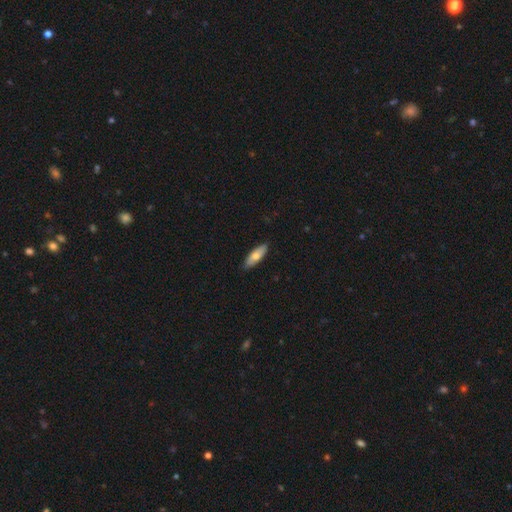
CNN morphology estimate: smooth_or_featured: smooth (p=0.70) [alt: featured or disk p=0.24]
how_rounded: in between (p=0.64) [alt: cigar-shaped p=0.34]
merging: none (p=0.87) [alt: minor disturbance p=0.11]